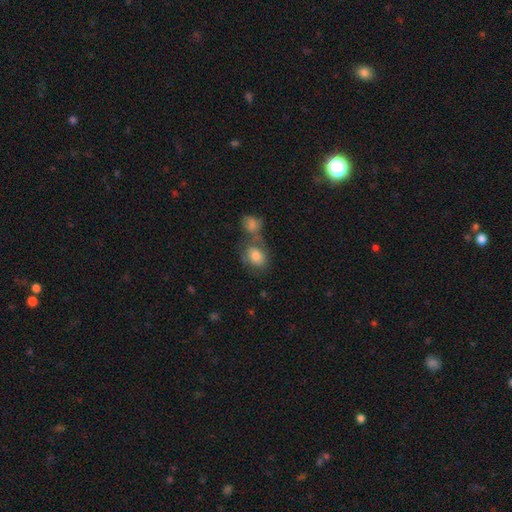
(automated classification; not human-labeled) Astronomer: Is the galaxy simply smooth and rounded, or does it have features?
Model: smooth — 76%.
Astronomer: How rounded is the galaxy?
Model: in between — 61% (runner-up: round, 38%).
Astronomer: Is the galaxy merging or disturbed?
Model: merger — 42% (runner-up: none, 36%).